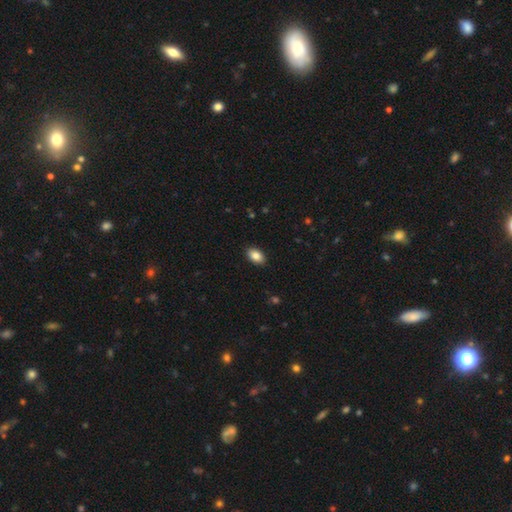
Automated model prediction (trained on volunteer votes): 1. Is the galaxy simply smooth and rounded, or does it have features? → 87% smooth, 8% star or artifact, 6% featured or disk.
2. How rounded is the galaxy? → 90% in between, 8% round, 1% cigar-shaped.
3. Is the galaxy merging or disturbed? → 89% none, 8% minor disturbance, 2% major disturbance, 1% merger.